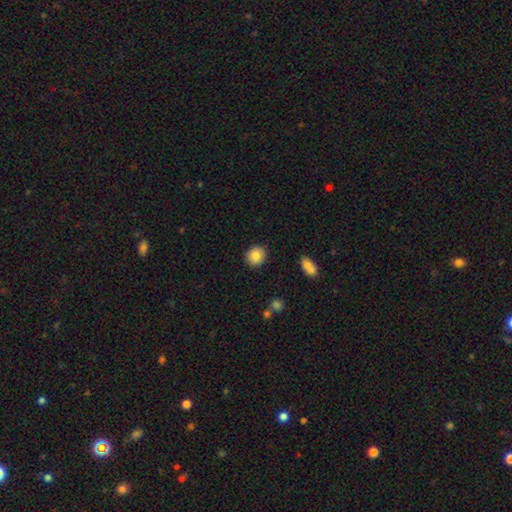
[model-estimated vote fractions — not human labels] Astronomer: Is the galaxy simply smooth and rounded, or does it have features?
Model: smooth — 85%.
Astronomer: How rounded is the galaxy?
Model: round — 85%.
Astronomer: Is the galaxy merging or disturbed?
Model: none — 88%.